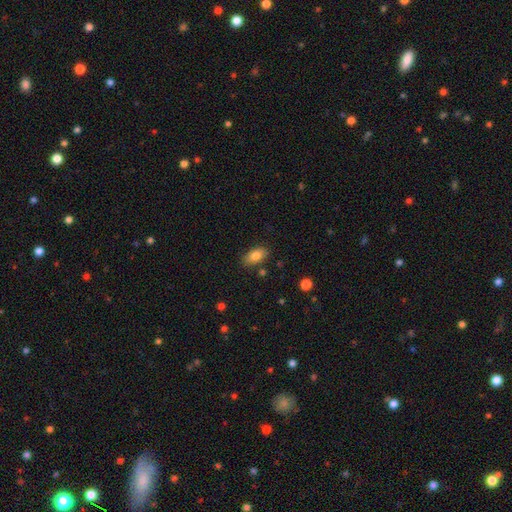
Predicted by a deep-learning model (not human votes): Smooth or featured?
  - smooth: 81% *
  - featured or disk: 11%
  - star or artifact: 8%
How rounded?
  - in between: 90% *
  - cigar-shaped: 5%
  - round: 5%
Merging?
  - none: 84% *
  - minor disturbance: 11%
  - merger: 3%
  - major disturbance: 2%